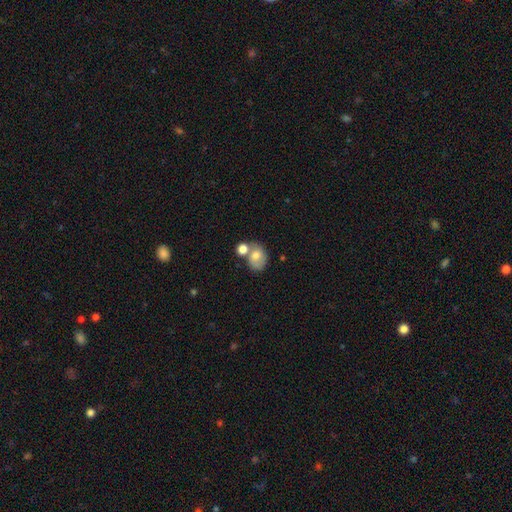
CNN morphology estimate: smooth-or-featured: smooth: 72% | featured or disk: 19% | star or artifact: 9%
  how-rounded: in between: 52% | round: 47% | cigar-shaped: 1%
  merging: merger: 41% | none: 38% | minor disturbance: 14% | major disturbance: 6%